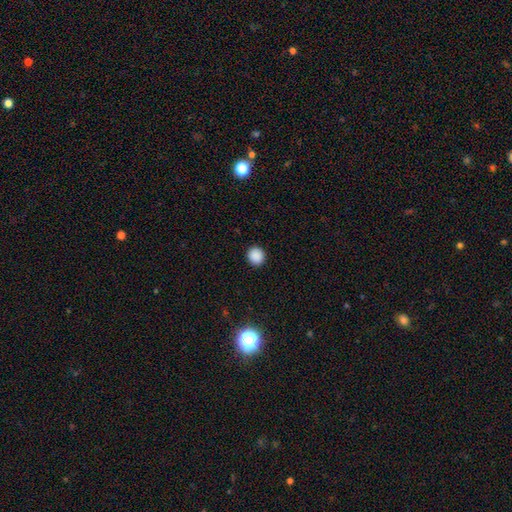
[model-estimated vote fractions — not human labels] A smooth galaxy with no disk features (88%) that is round (89%).

Vote fractions:
- Smooth or featured? smooth: 88% / star or artifact: 10% / featured or disk: 2%
- How rounded? round: 89% / in between: 10% / cigar-shaped: 1%
- Merging? none: 92% / minor disturbance: 5% / major disturbance: 2% / merger: 1%